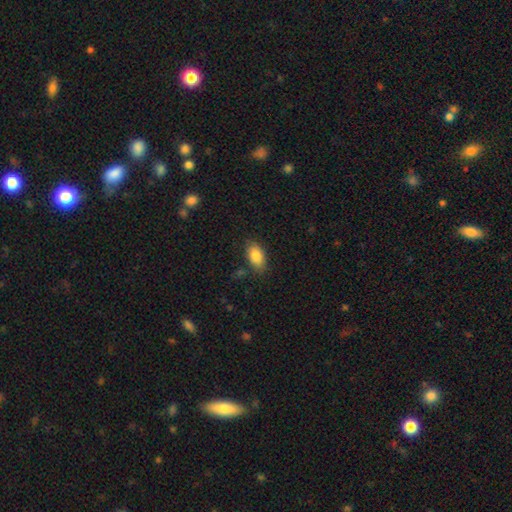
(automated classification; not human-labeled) smooth 86%, star or artifact 7%, featured or disk 7%. Down the decision tree: how rounded — in between (92%); merging — none (80%).